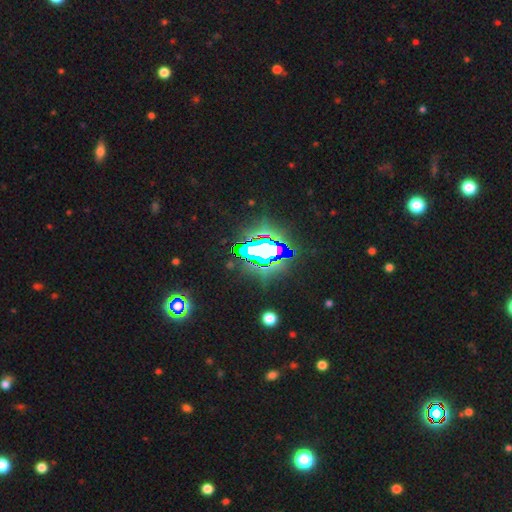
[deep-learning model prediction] star or artifact 74%, featured or disk 13%, smooth 13%.